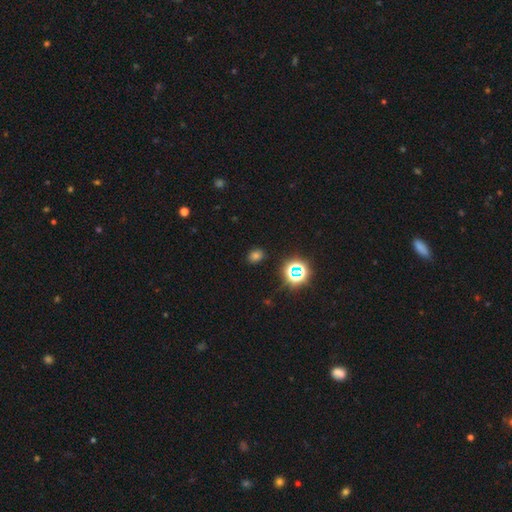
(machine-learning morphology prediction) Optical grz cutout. It shows a smooth galaxy with no disk features (66%) that is in between round and cigar-shaped (51%). Merging: none (85%).